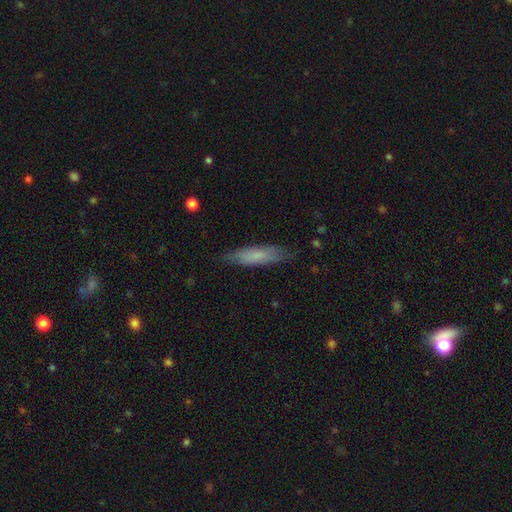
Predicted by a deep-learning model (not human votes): This appears to be a smooth galaxy with no disk features (69%) that is cigar-shaped (74%). Merging: none (79%).